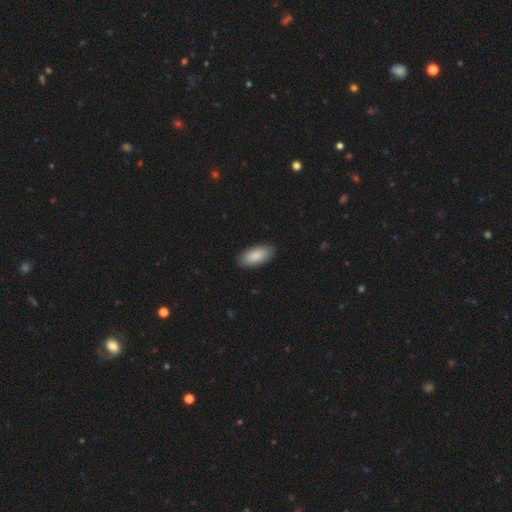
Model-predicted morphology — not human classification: smooth_or_featured: smooth (p=0.89) [alt: star or artifact p=0.05]
how_rounded: in between (p=0.91) [alt: cigar-shaped p=0.07]
merging: none (p=0.89) [alt: minor disturbance p=0.09]